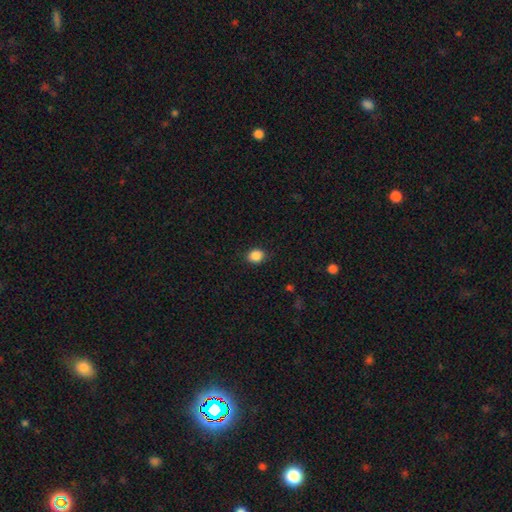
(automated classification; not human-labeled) Overall: smooth (87%). How rounded: round (59%; in between 40%). Merging: none (88%).